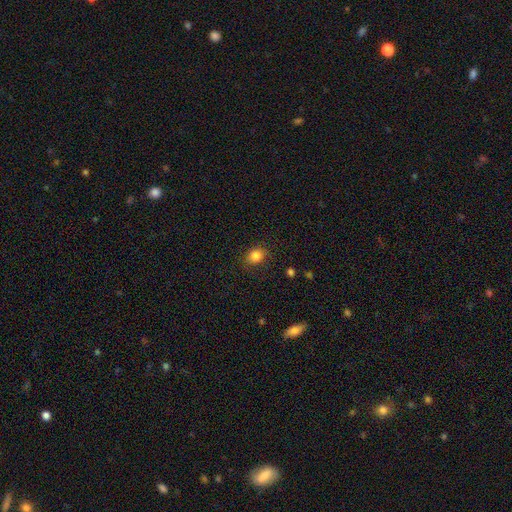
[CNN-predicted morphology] This is clearly a smooth galaxy (84%). How rounded: possibly round (54%). Merging: clearly none (82%).